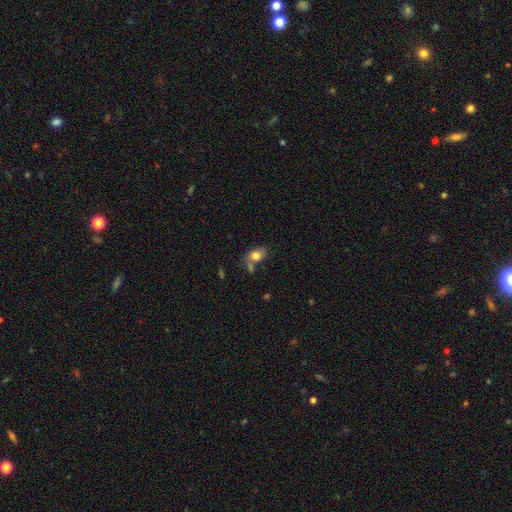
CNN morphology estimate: Smooth or featured?
  - smooth: 78% *
  - featured or disk: 13%
  - star or artifact: 9%
How rounded?
  - in between: 80% *
  - round: 18%
  - cigar-shaped: 2%
Merging?
  - none: 53% *
  - merger: 20%
  - minor disturbance: 20%
  - major disturbance: 7%